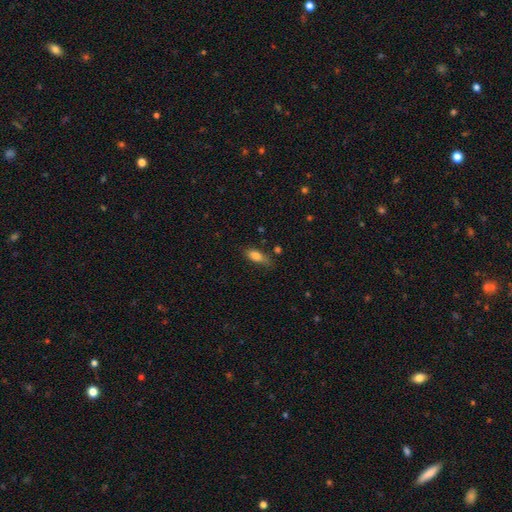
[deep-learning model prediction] Smooth or featured? smooth (80%)
How rounded? in between (72%)
Merging? none (68%)